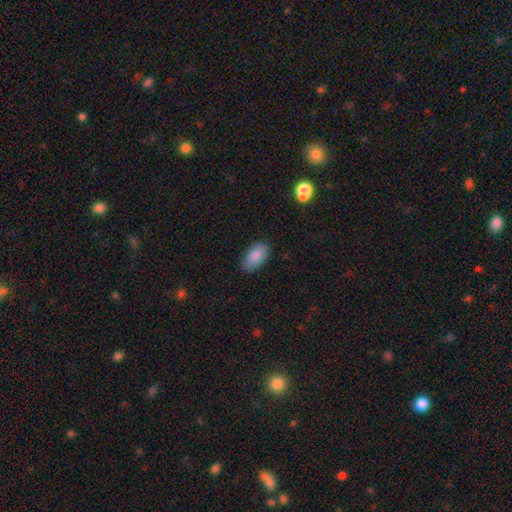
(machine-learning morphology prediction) Smooth or featured: smooth — 88% (star or artifact — 7%)
How rounded: in between — 94% (round — 3%)
Merging: none — 82% (minor disturbance — 14%)